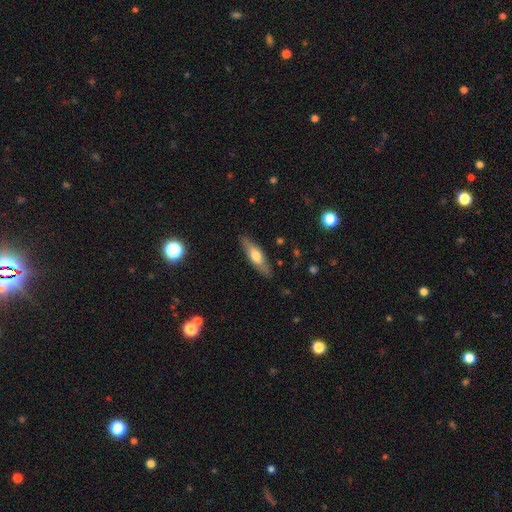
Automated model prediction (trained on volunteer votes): This appears to be a smooth galaxy with no disk features (55%) that is cigar-shaped (55%). Merging: none (86%).